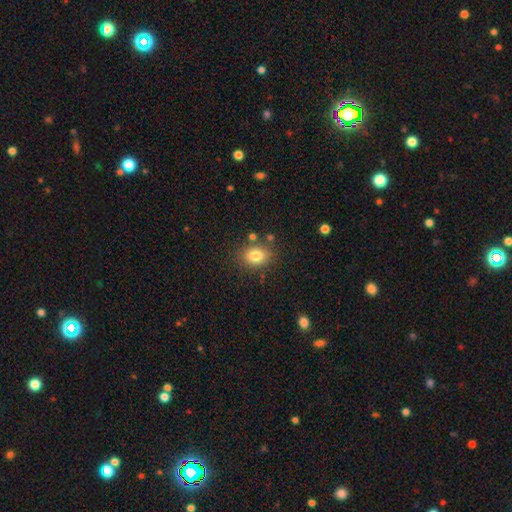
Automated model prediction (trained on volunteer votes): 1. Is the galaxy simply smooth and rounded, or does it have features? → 80% smooth, 11% star or artifact, 9% featured or disk.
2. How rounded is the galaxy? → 61% in between, 38% round, 1% cigar-shaped.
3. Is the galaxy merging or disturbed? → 80% none, 12% minor disturbance, 5% merger, 4% major disturbance.